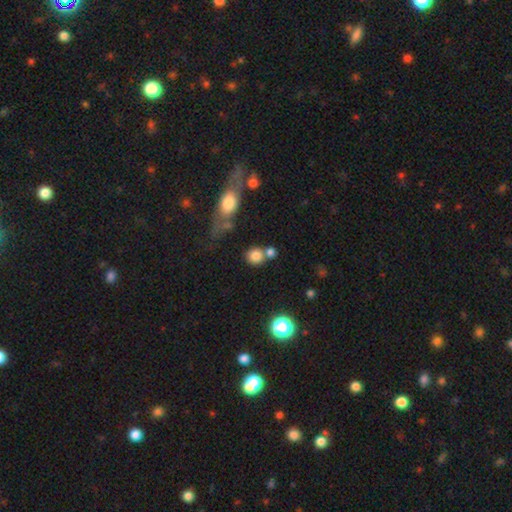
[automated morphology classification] A smooth galaxy with no disk features (80%) that is round (85%).

Vote fractions:
- Smooth or featured? smooth: 80% / star or artifact: 12% / featured or disk: 8%
- How rounded? round: 85% / in between: 14% / cigar-shaped: 1%
- Merging? none: 57% / merger: 28% / minor disturbance: 10% / major disturbance: 5%